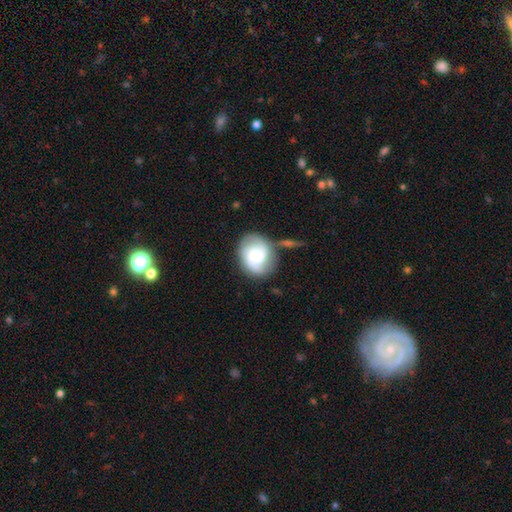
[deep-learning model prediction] Smooth or featured? featured or disk (66%)
Edge-on disk? no (97%)
Bar? no (61%)
Spiral arms? yes (91%)
Spiral winding? medium (45%)
Spiral arm count? 2 (65%)
Bulge size? moderate (57%)
Merging? none (60%)